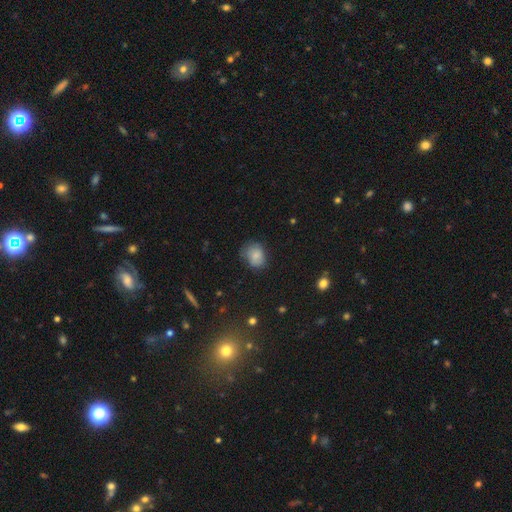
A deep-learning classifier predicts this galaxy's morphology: Smooth or featured? Predicted: smooth (p=0.79). How rounded? Predicted: round (p=0.51). Merging? Predicted: none (p=0.59).